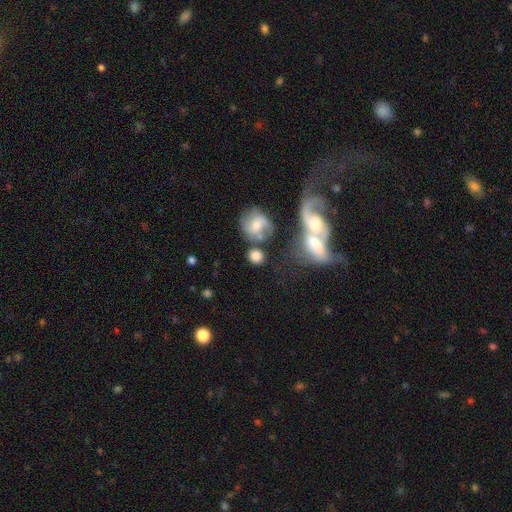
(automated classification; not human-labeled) Overall: smooth (73%). How rounded: round (70%). Merging: none (55%; merger 24%).